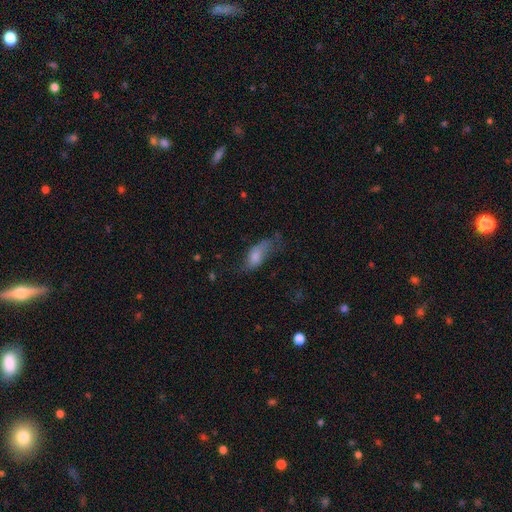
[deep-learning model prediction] Morphology: type=smooth (70%); roundness=in between (81%); merging=none (37%).